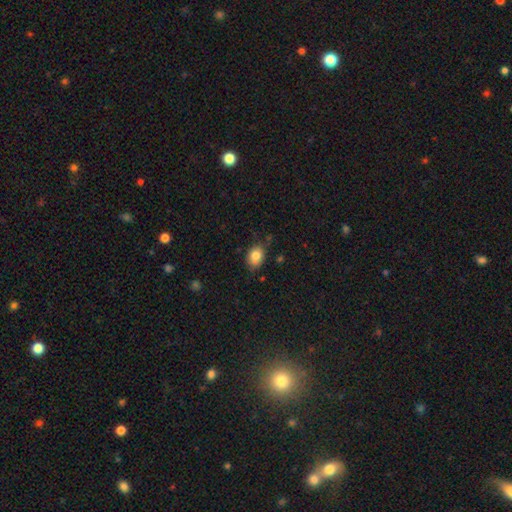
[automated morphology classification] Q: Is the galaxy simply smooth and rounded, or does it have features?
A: smooth — 83%.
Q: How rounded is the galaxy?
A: in between — 68%.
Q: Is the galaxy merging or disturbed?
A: none — 73%.